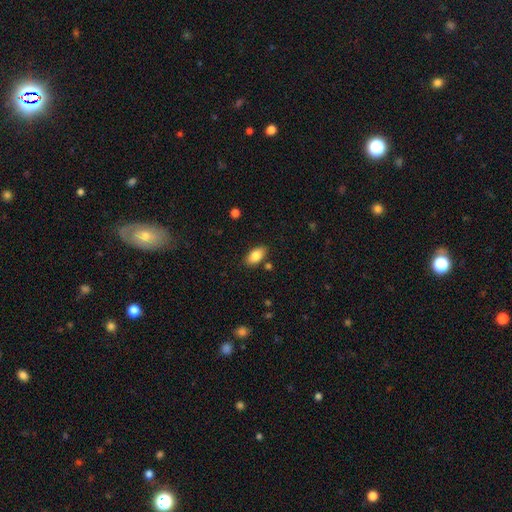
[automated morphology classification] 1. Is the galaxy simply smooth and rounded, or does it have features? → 83% smooth, 10% featured or disk, 7% star or artifact.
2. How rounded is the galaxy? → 92% in between, 4% round, 4% cigar-shaped.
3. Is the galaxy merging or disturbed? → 84% none, 11% minor disturbance, 3% merger, 2% major disturbance.